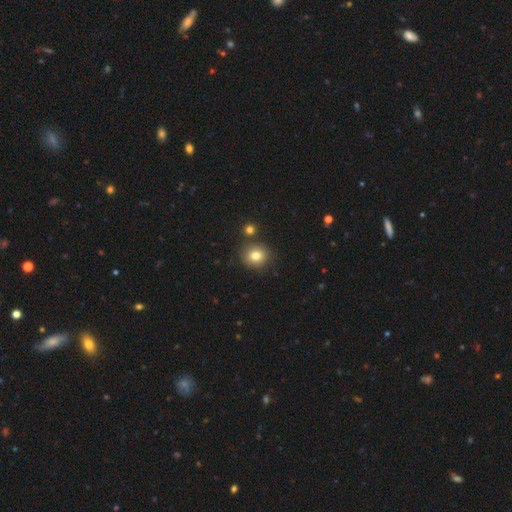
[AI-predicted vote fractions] Q: Smooth or featured?
A: smooth (80%); runner-up: star or artifact (11%)
Q: How rounded?
A: round (79%); runner-up: in between (20%)
Q: Merging?
A: none (81%); runner-up: minor disturbance (9%)